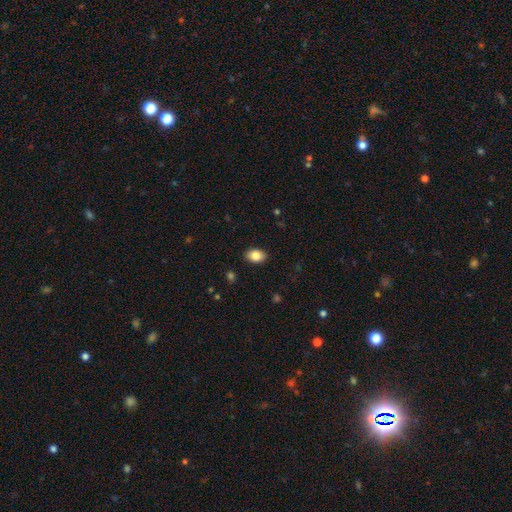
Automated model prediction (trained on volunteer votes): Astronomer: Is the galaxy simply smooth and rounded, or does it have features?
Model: smooth — 85%.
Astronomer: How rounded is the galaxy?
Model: in between — 82%.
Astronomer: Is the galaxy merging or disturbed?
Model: none — 89%.